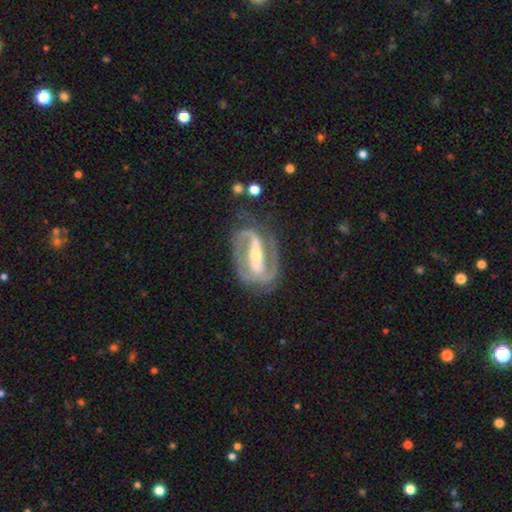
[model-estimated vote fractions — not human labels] Morphology: type=featured or disk (90%); edge-on=no (95%); bar=strong (70%); spiral arms=yes (94%); winding=medium (47%); arm count=2 (89%); bulge=moderate (49%); merging=none (74%).